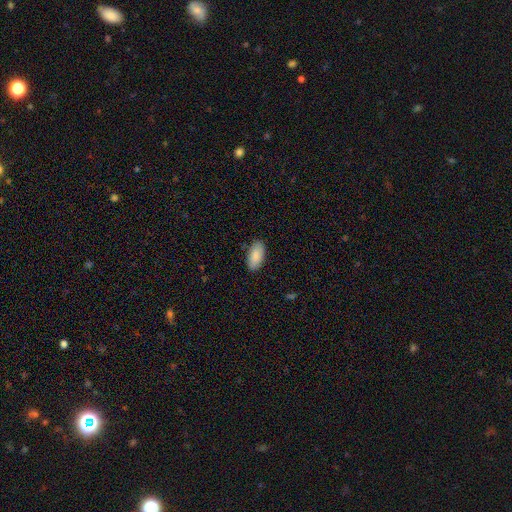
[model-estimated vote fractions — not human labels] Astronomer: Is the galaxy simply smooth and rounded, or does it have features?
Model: smooth — 88%.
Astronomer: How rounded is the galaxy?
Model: in between — 94%.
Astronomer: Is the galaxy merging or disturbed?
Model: none — 87%.